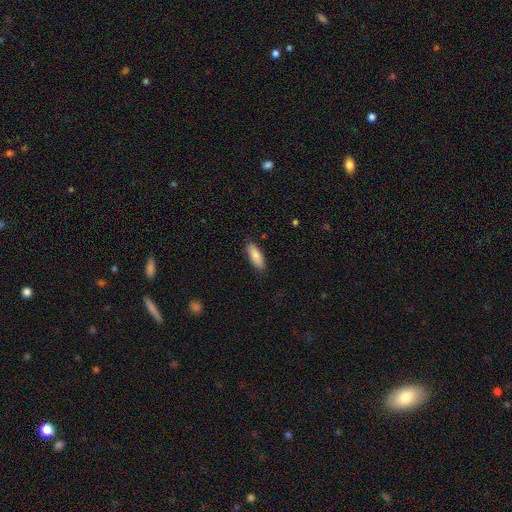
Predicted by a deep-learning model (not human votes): Smooth or featured? Predicted: smooth (p=0.84). How rounded? Predicted: in between (p=0.70). Merging? Predicted: none (p=0.86).